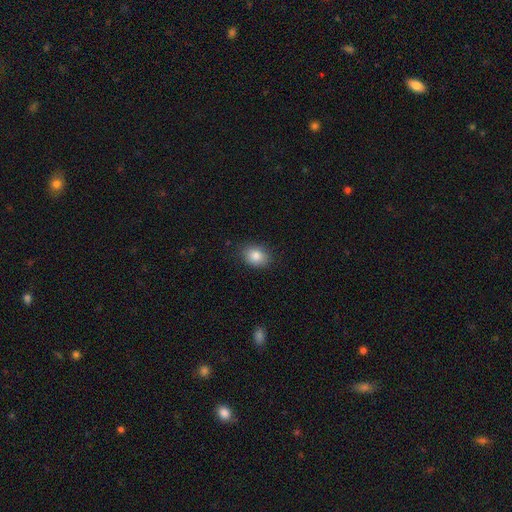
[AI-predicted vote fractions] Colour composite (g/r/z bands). It shows a smooth galaxy with no disk features (85%) that is in between round and cigar-shaped (63%). Merging: none (84%).